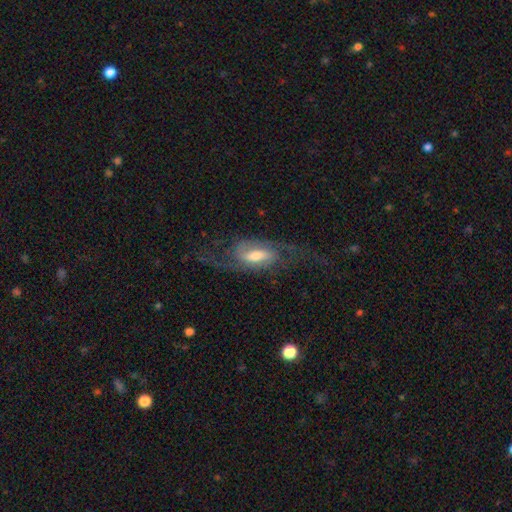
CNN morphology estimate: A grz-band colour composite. It shows a featured or disk galaxy (79%) with a weak bar (48%), 2 (85%) loose (49%) spiral arms (94%) and a moderate central bulge (55%). Merging: none (60%).